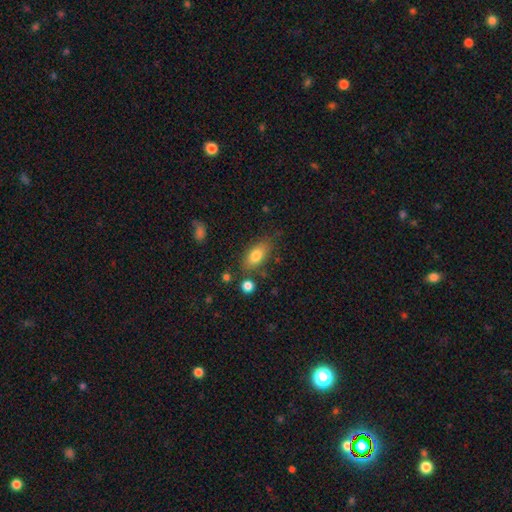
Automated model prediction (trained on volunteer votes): Q: Smooth or featured?
A: smooth (80%); runner-up: featured or disk (12%)
Q: How rounded?
A: in between (87%); runner-up: cigar-shaped (7%)
Q: Merging?
A: none (75%); runner-up: minor disturbance (15%)